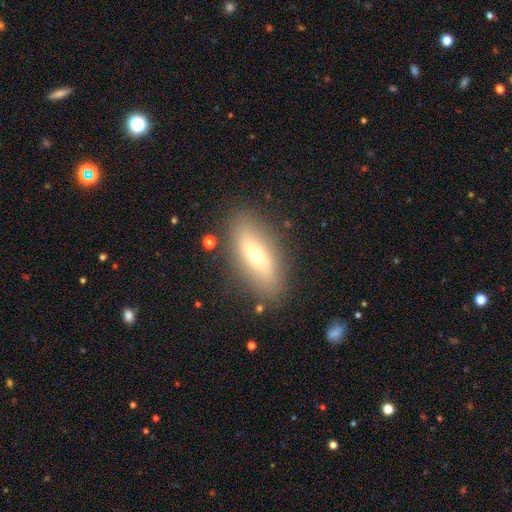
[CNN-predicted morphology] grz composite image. It shows a smooth galaxy with no disk features (58%) that is in between round and cigar-shaped (72%). Merging: none (83%).